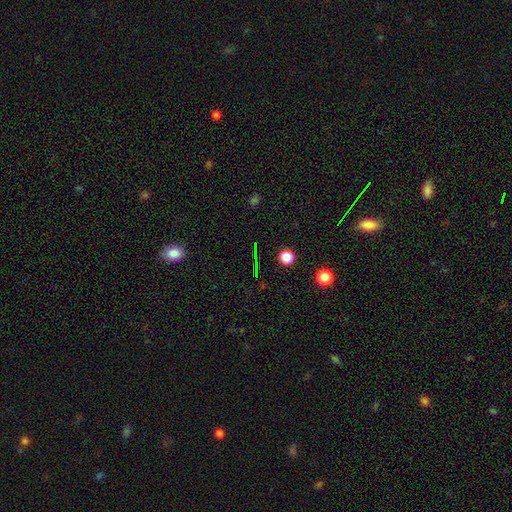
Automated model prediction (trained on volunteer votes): Smooth or featured? star or artifact (64%)